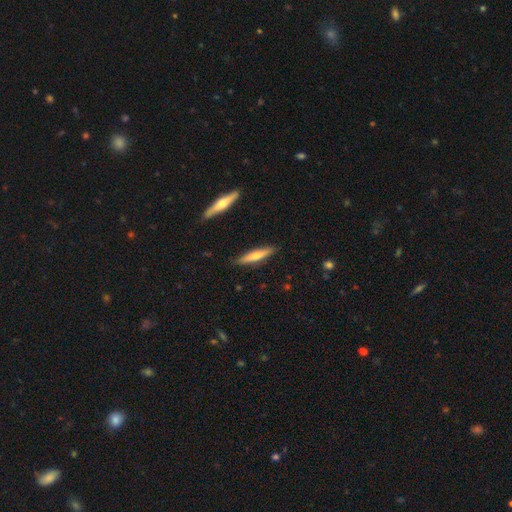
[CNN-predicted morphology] This appears to be a smooth galaxy with no disk features (59%) that is cigar-shaped (88%). Merging: none (87%).